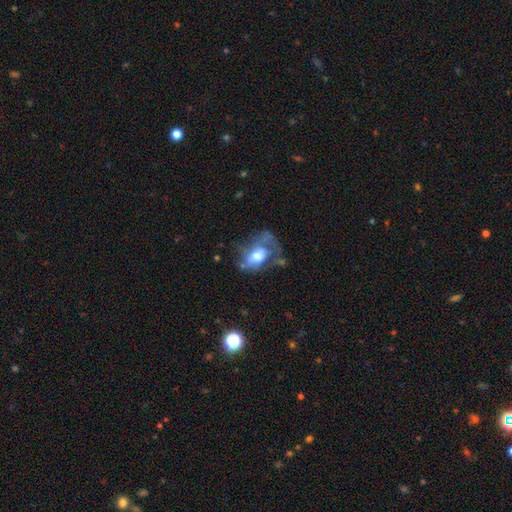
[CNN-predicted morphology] smooth-or-featured: featured or disk: 50% | smooth: 41% | star or artifact: 9%
  disk-edge-on: no: 95% | yes: 5%
  merging: major disturbance: 48% | none: 24% | minor disturbance: 21% | merger: 7%